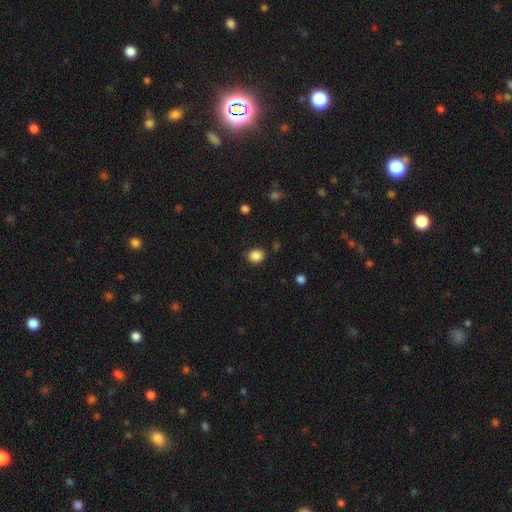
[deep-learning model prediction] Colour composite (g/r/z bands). It shows a smooth galaxy with no disk features (87%) that is round (65%). Merging: none (80%).